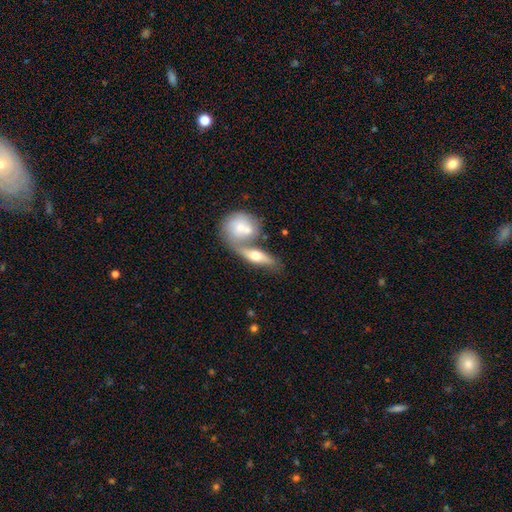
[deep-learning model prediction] Smooth or featured? Predicted: smooth (p=0.52). How rounded? Predicted: in between (p=0.60). Merging? Predicted: merger (p=0.54).